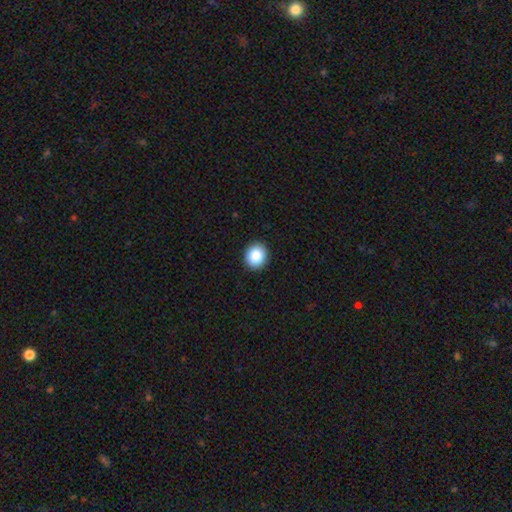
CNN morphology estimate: Smooth or featured: smooth — 87% (star or artifact — 8%)
How rounded: round — 72% (in between — 27%)
Merging: none — 92% (minor disturbance — 6%)